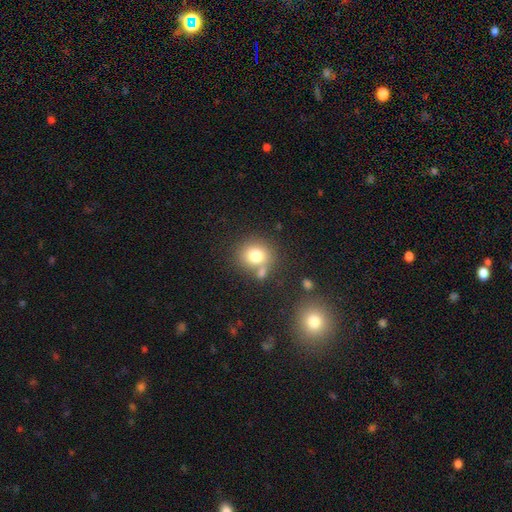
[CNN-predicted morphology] This is likely a smooth galaxy (77%). How rounded: likely round (80%). Merging: likely none (64%).